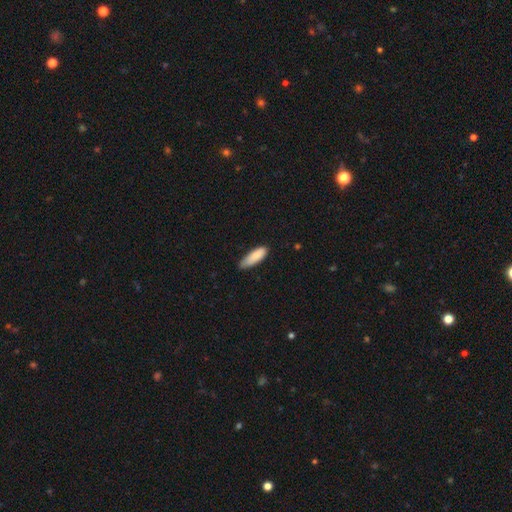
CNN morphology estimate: Q: Smooth or featured?
A: smooth (87%); runner-up: featured or disk (7%)
Q: How rounded?
A: in between (56%); runner-up: cigar-shaped (43%)
Q: Merging?
A: none (62%); runner-up: minor disturbance (32%)